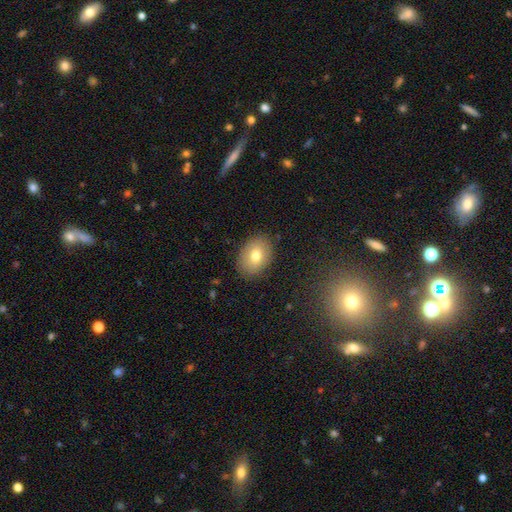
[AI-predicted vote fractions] Q: Smooth or featured?
A: smooth (76%); runner-up: featured or disk (16%)
Q: How rounded?
A: in between (78%); runner-up: round (21%)
Q: Merging?
A: none (85%); runner-up: minor disturbance (11%)